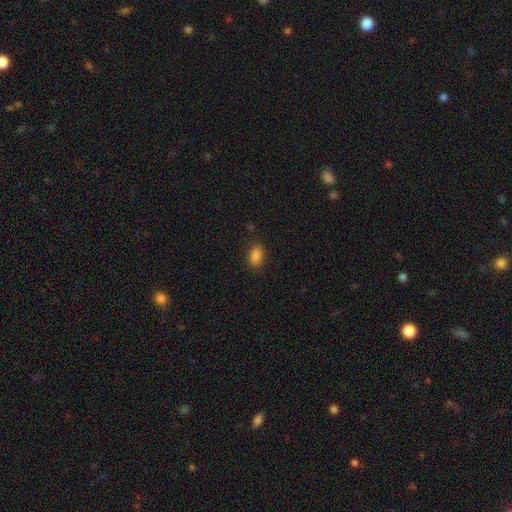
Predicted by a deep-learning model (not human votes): The model was most divided on "how rounded": in between: 83%, round: 15%, cigar-shaped: 1%. More confident: smooth or featured — smooth (86%); merging — none (85%).